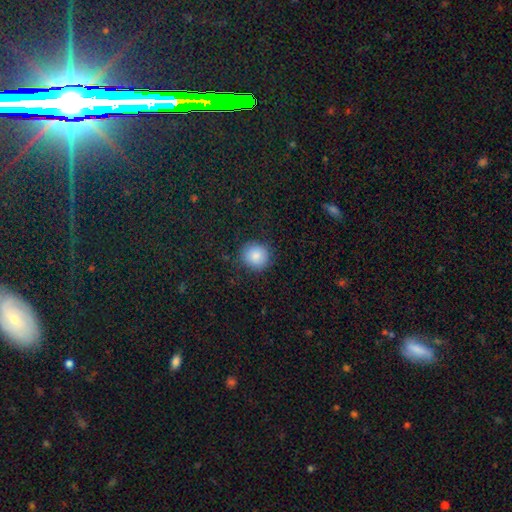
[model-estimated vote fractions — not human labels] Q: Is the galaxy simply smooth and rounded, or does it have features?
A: smooth — 85%.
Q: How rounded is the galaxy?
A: round — 91%.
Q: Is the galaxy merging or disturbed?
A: none — 87%.